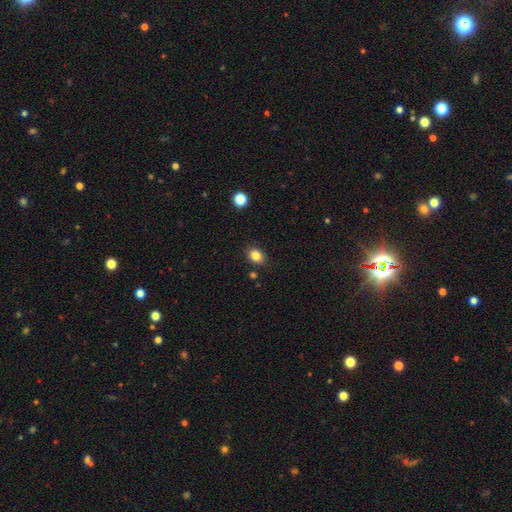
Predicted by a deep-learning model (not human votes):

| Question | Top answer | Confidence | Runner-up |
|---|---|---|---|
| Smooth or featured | smooth | 84% | star or artifact (11%) |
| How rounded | in between | 57% | round (42%) |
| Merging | none | 86% | minor disturbance (10%) |